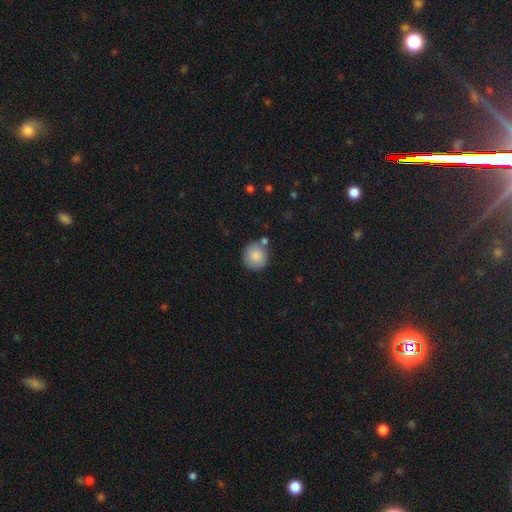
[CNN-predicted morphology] A smooth galaxy with no disk features (85%) that is round (92%).

Vote fractions:
- Smooth or featured? smooth: 85% / featured or disk: 7% / star or artifact: 7%
- How rounded? round: 92% / in between: 7% / cigar-shaped: 1%
- Merging? none: 73% / minor disturbance: 13% / merger: 11% / major disturbance: 3%